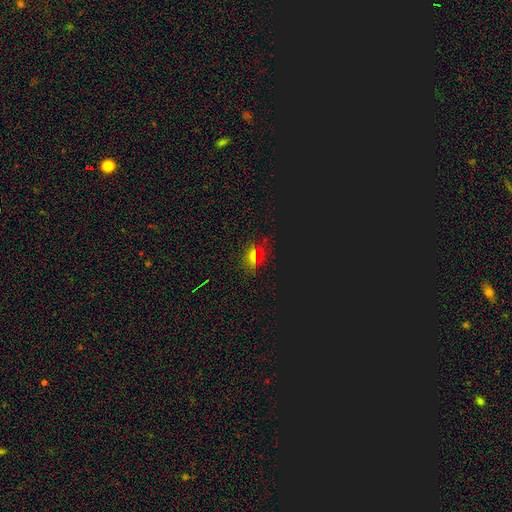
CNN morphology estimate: This is possibly a star or artifact rather than a galaxy (47%).